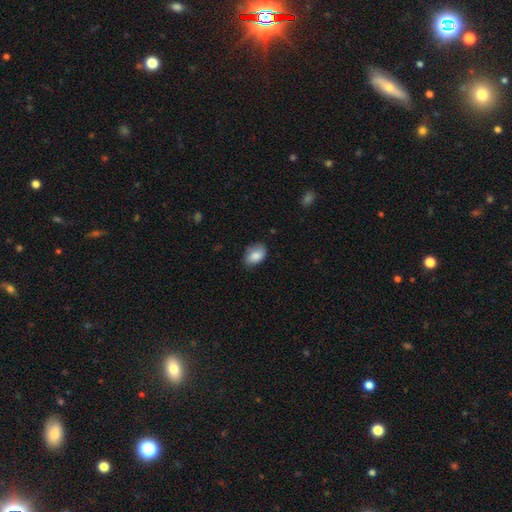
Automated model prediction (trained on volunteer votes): Smooth or featured: smooth — 84% (featured or disk — 9%)
How rounded: in between — 85% (round — 14%)
Merging: none — 71% (minor disturbance — 24%)